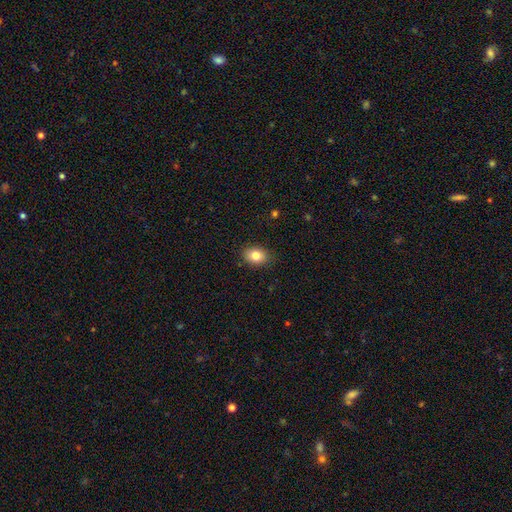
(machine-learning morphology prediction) smooth_or_featured: smooth (p=0.82) [alt: star or artifact p=0.09]
how_rounded: in between (p=0.71) [alt: round p=0.28]
merging: none (p=0.86) [alt: minor disturbance p=0.10]